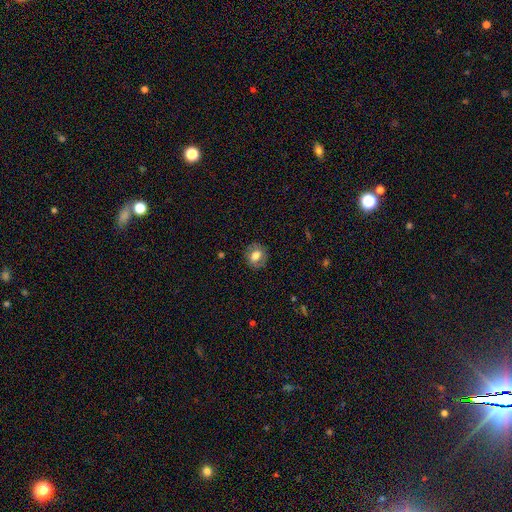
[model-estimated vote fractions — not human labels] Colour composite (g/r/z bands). It shows a smooth galaxy with no disk features (71%) that is round (63%). Merging: none (83%).